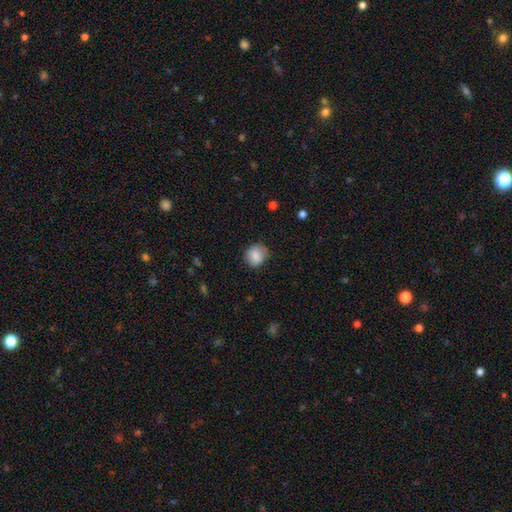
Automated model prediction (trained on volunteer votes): smooth_or_featured: smooth (p=0.85) [alt: star or artifact p=0.08]
how_rounded: round (p=0.83) [alt: in between p=0.16]
merging: none (p=0.78) [alt: minor disturbance p=0.17]